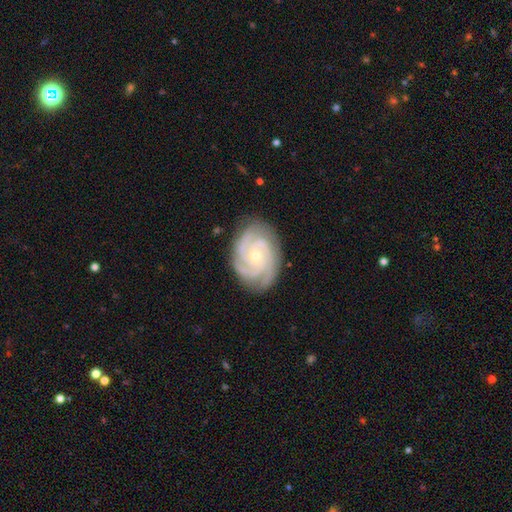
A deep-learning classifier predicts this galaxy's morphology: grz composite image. It shows a featured or disk galaxy (92%) with no bar (75%), 3 (54%) tight (77%) spiral arms (99%) and a small central bulge (69%). Merging: none (83%).